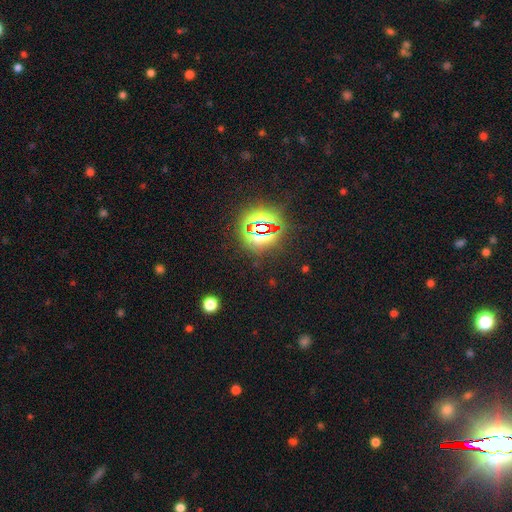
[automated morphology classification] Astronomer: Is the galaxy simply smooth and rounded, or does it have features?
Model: star or artifact — 83%.